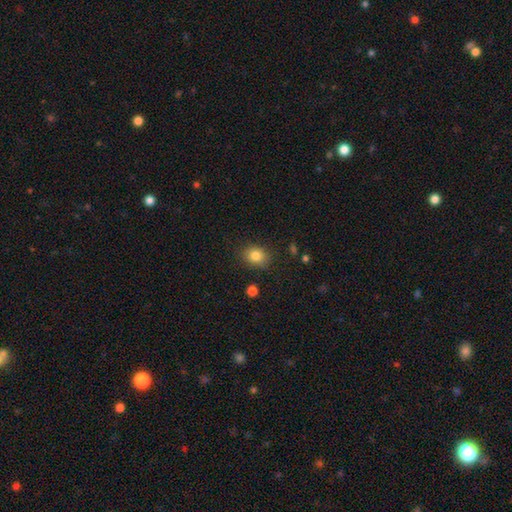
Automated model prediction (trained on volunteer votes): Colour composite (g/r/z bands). It shows a smooth galaxy with no disk features (83%) that is round (54%). Merging: none (83%).